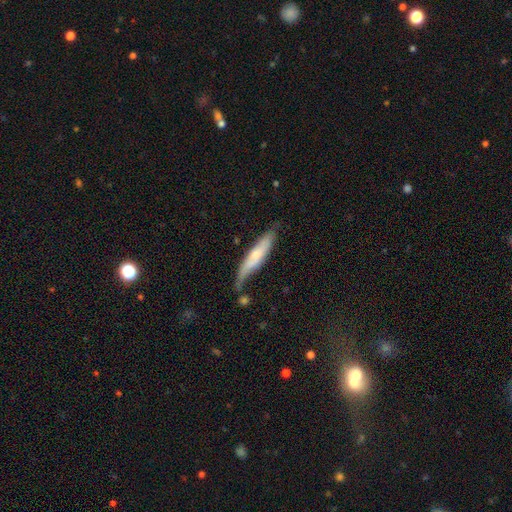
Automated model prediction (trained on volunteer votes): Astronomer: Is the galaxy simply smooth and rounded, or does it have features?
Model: smooth — 55% (runner-up: featured or disk, 39%).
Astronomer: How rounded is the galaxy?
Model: cigar-shaped — 84%.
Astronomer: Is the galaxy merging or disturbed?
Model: none — 53% (runner-up: minor disturbance, 30%).